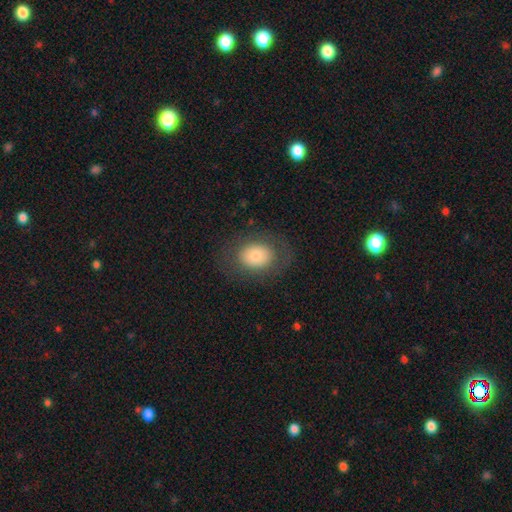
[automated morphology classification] Smooth or featured?
  - smooth: 75% *
  - featured or disk: 17%
  - star or artifact: 8%
How rounded?
  - in between: 65% *
  - round: 34%
  - cigar-shaped: 1%
Merging?
  - none: 79% *
  - minor disturbance: 12%
  - major disturbance: 8%
  - merger: 1%